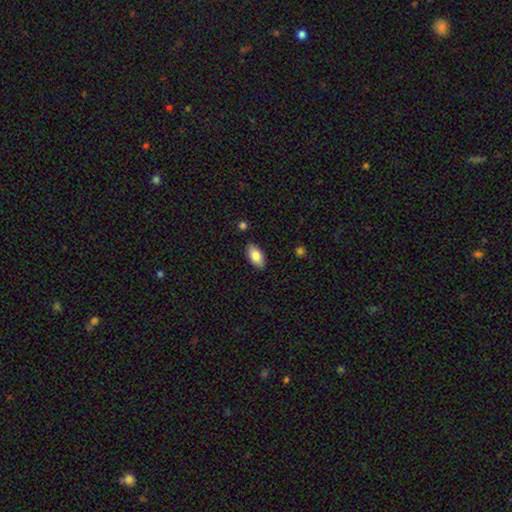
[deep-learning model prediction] This is clearly a smooth galaxy (82%). How rounded: clearly in between (94%). Merging: clearly none (86%).